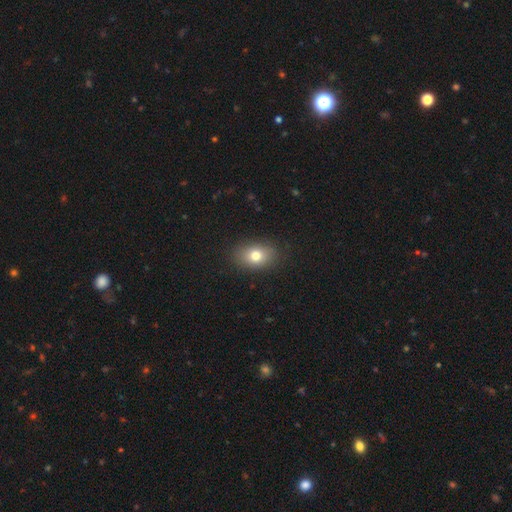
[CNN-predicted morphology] Overall: smooth (78%). How rounded: in between (77%). Merging: none (86%).